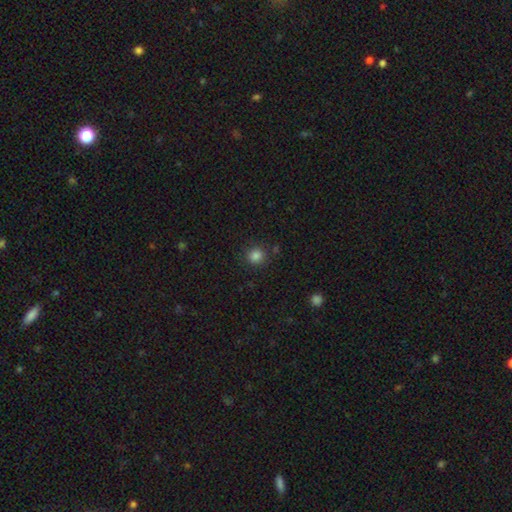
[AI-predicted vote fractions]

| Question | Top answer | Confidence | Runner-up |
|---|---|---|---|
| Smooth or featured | smooth | 84% | star or artifact (12%) |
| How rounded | round | 90% | in between (9%) |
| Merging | none | 86% | minor disturbance (8%) |